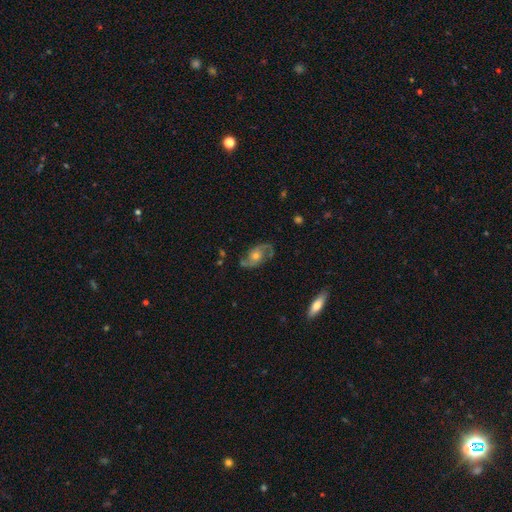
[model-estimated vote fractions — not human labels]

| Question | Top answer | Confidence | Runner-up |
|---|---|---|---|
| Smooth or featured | featured or disk | 85% | smooth (9%) |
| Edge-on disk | no | 95% | yes (5%) |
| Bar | no | 69% | weak (25%) |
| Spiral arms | yes | 96% | no (4%) |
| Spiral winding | medium | 53% | loose (24%) |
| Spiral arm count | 2 | 91% | can't tell (4%) |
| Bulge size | moderate | 61% | small (29%) |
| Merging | none | 79% | minor disturbance (14%) |